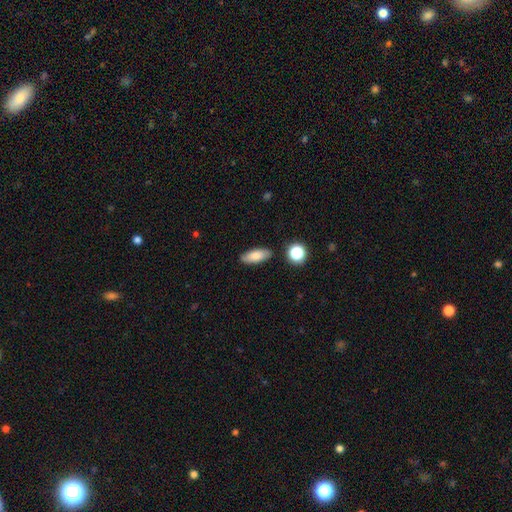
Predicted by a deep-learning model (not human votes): smooth_or_featured: smooth (p=0.79) [alt: featured or disk p=0.13]
how_rounded: in between (p=0.80) [alt: cigar-shaped p=0.16]
merging: none (p=0.85) [alt: minor disturbance p=0.10]